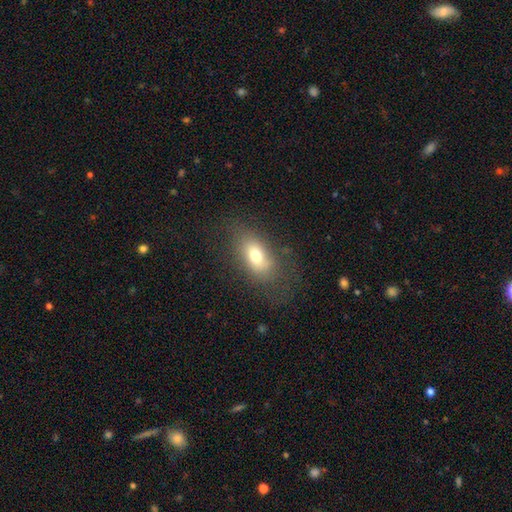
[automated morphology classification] This appears to be a smooth galaxy with no disk features (70%) that is in between round and cigar-shaped (85%). Merging: none (67%).